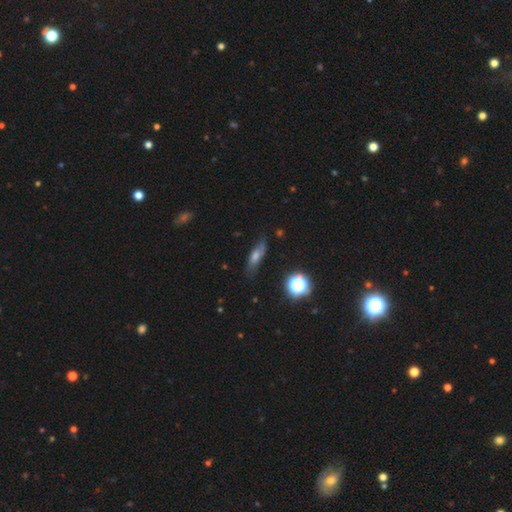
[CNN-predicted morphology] smooth-or-featured: smooth: 49% | featured or disk: 33% | star or artifact: 18%
  merging: none: 70% | minor disturbance: 21% | major disturbance: 7% | merger: 2%